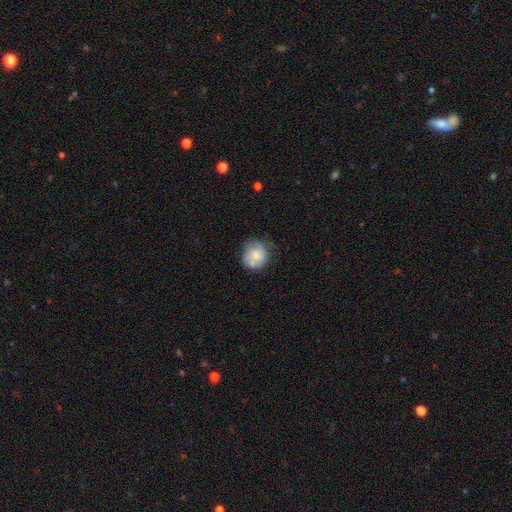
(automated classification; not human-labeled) This is likely a smooth galaxy (64%). How rounded: likely round (77%). Merging: possibly none (56%).